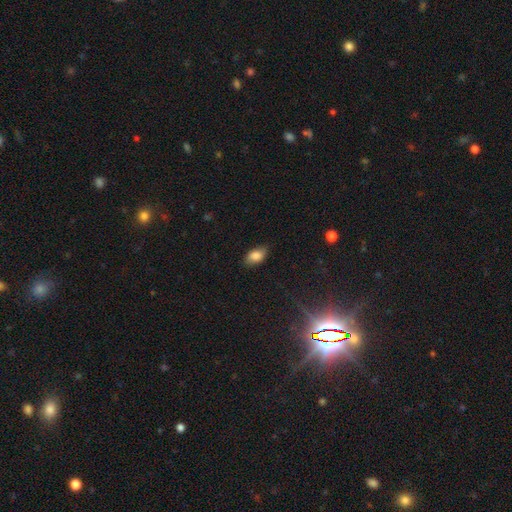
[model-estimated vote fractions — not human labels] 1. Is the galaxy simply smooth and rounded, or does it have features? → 82% smooth, 10% featured or disk, 8% star or artifact.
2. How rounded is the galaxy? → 91% in between, 7% round, 3% cigar-shaped.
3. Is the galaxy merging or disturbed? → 79% none, 16% minor disturbance, 3% major disturbance, 1% merger.